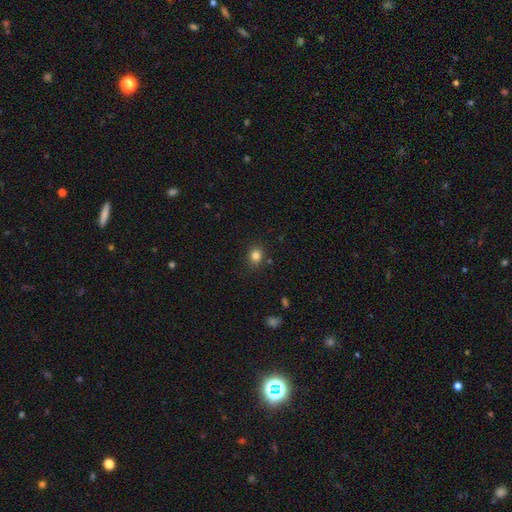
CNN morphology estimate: smooth 82%, star or artifact 13%, featured or disk 6%. Down the decision tree: how rounded — round (72%); merging — none (85%).